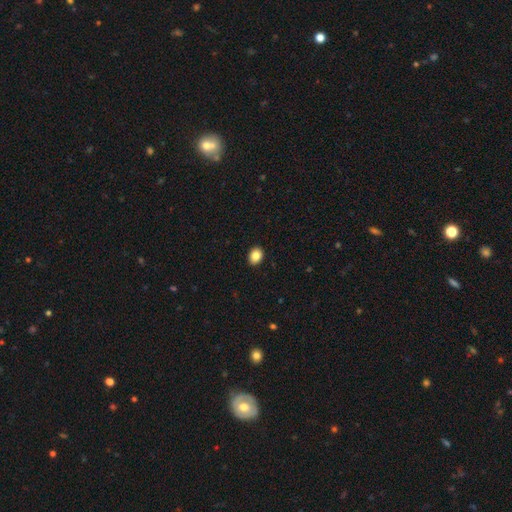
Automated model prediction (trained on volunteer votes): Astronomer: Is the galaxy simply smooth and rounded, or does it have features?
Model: smooth — 85%.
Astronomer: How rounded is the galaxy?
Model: in between — 65%.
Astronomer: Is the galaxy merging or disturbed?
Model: none — 91%.